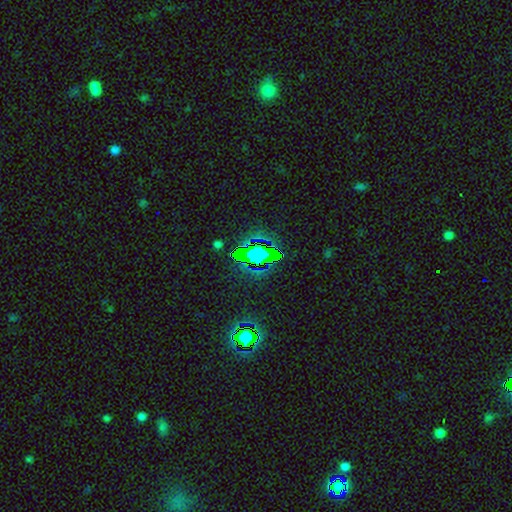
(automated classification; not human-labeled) Morphology: type=star or artifact (67%).